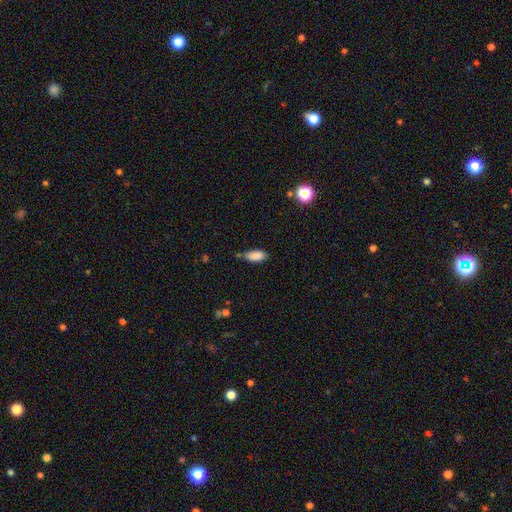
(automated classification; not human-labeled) Smooth or featured? smooth (87%)
How rounded? in between (85%)
Merging? none (61%)